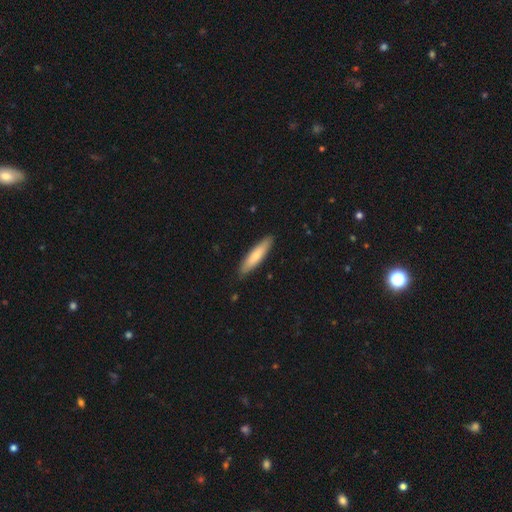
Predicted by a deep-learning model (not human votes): Q: Smooth or featured?
A: smooth (72%); runner-up: featured or disk (23%)
Q: How rounded?
A: cigar-shaped (80%); runner-up: in between (19%)
Q: Merging?
A: none (88%); runner-up: minor disturbance (9%)